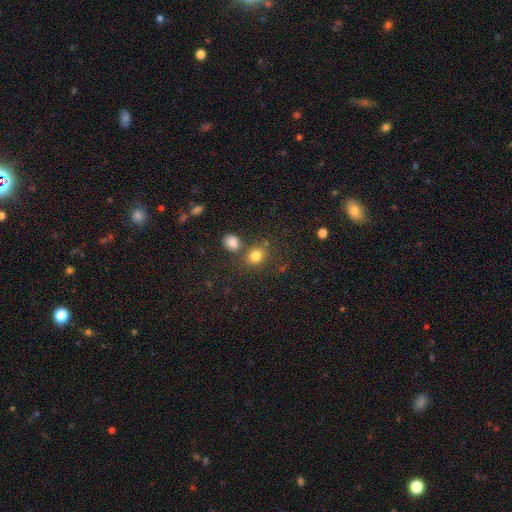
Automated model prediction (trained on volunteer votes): smooth 80%, star or artifact 14%, featured or disk 7%. Down the decision tree: how rounded — round (61%); merging — none (64%).